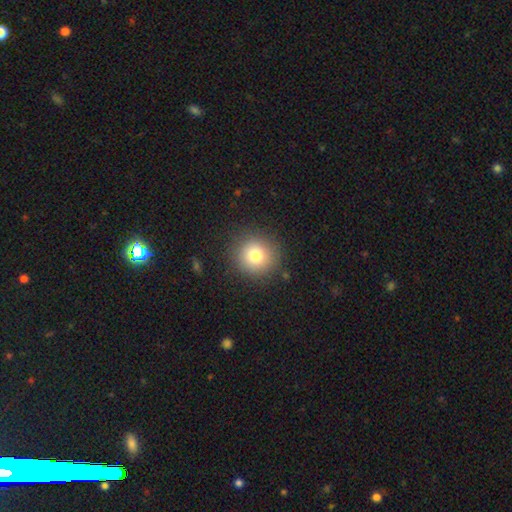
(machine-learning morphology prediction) The model was most divided on "smooth or featured": smooth: 78%, star or artifact: 12%, featured or disk: 10%. More confident: how rounded — round (93%); merging — none (88%).